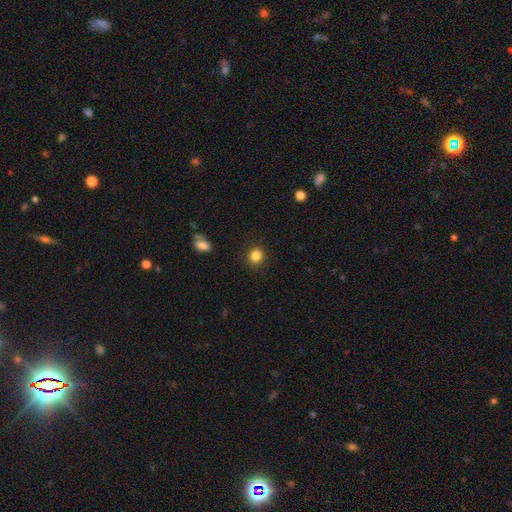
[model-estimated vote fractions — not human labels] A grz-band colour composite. It shows a smooth galaxy with no disk features (85%) that is round (84%). Merging: none (90%).